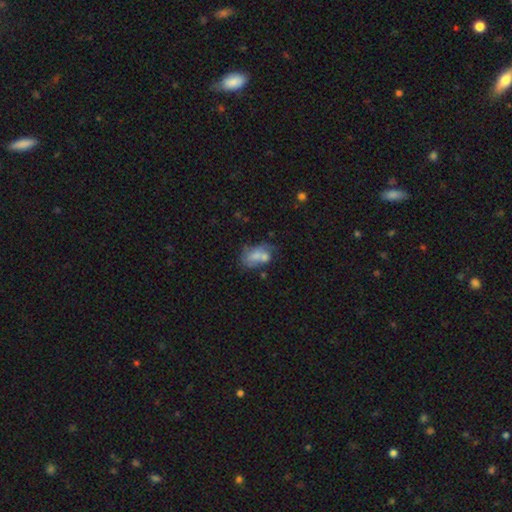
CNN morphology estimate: A smooth galaxy with no disk features (54%) that is in between round and cigar-shaped (86%). Merging: merger (35%).